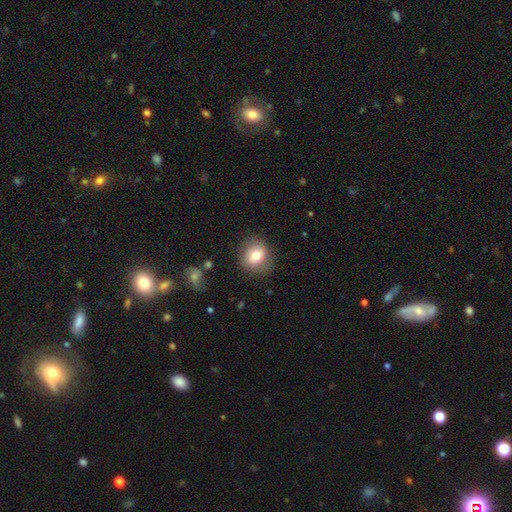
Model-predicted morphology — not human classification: Smooth or featured?
  - smooth: 75% *
  - featured or disk: 15%
  - star or artifact: 10%
How rounded?
  - round: 76% *
  - in between: 23%
  - cigar-shaped: 1%
Merging?
  - none: 81% *
  - minor disturbance: 13%
  - major disturbance: 4%
  - merger: 2%